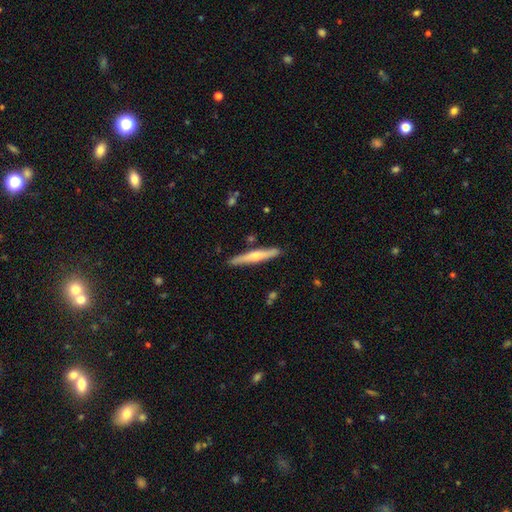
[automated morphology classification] Overall: featured or disk (48%; smooth 46%). Merging: none (87%).